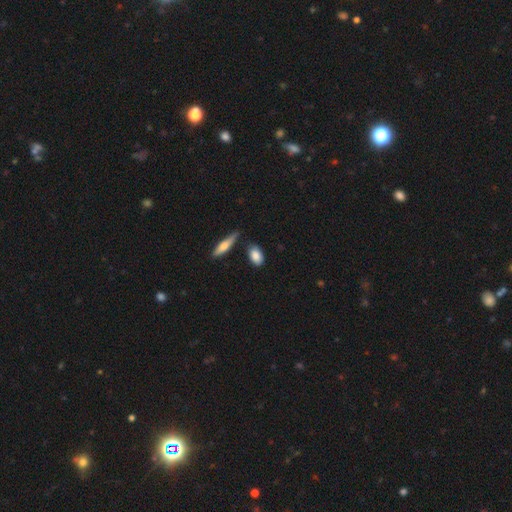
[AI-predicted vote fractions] smooth-or-featured: smooth: 85% | featured or disk: 9% | star or artifact: 6%
  how-rounded: in between: 86% | round: 8% | cigar-shaped: 6%
  merging: none: 76% | minor disturbance: 15% | merger: 5% | major disturbance: 3%